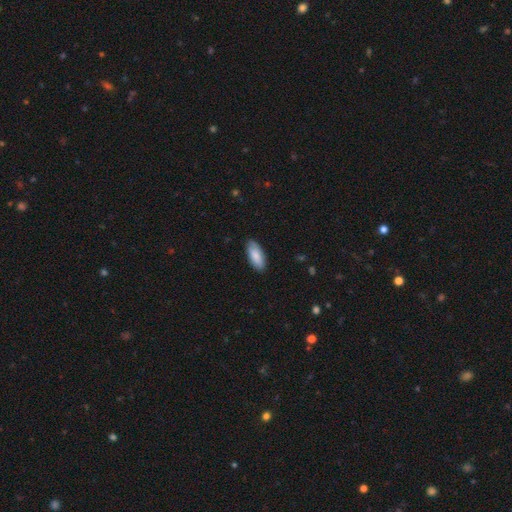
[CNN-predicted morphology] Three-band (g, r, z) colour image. It shows a smooth galaxy with no disk features (86%) that is in between round and cigar-shaped (83%). Merging: none (86%).